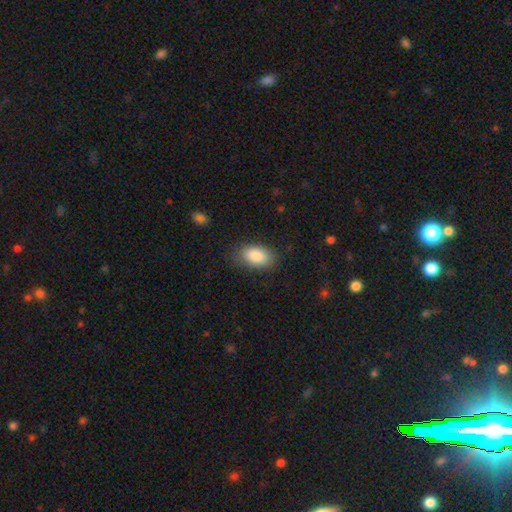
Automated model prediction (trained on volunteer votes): smooth 88%, star or artifact 6%, featured or disk 6%. Down the decision tree: how rounded — in between (93%); merging — none (82%).